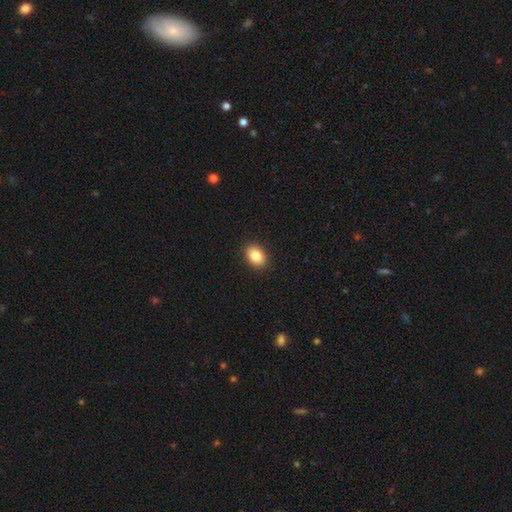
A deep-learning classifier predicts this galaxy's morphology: Overall: smooth (84%). How rounded: in between (74%). Merging: none (90%).